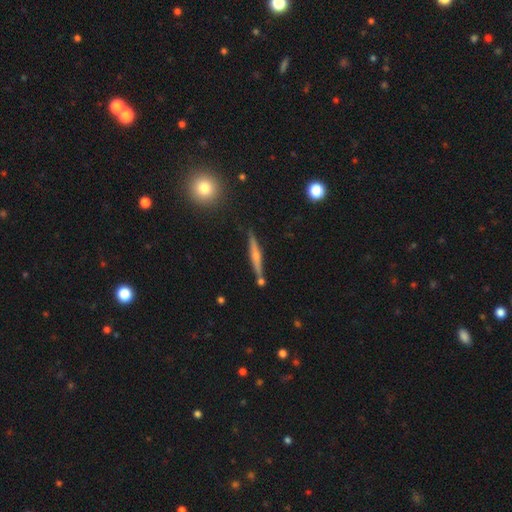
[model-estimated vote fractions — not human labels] A featured or disk galaxy (57%) viewed edge-on (96%) with a rounded central bulge (72%). Merging: none (81%).